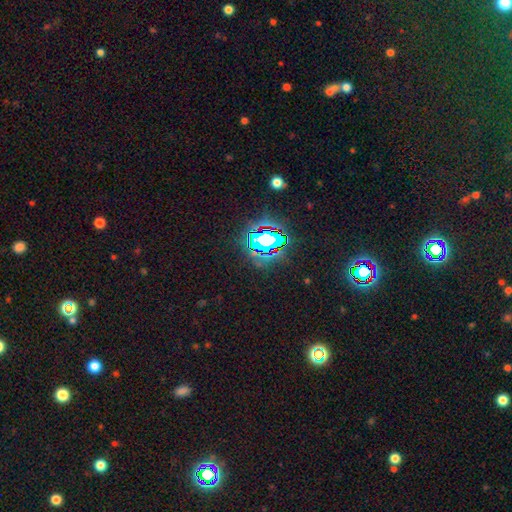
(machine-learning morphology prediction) A star or artifact, not a galaxy (82%).

Vote fractions:
- Smooth or featured? star or artifact: 82% / smooth: 11% / featured or disk: 7%